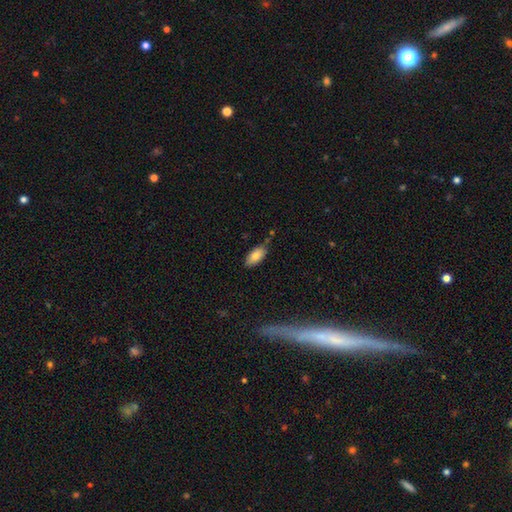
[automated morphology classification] This is clearly a smooth galaxy (81%). How rounded: clearly in between (89%). Merging: likely none (72%).